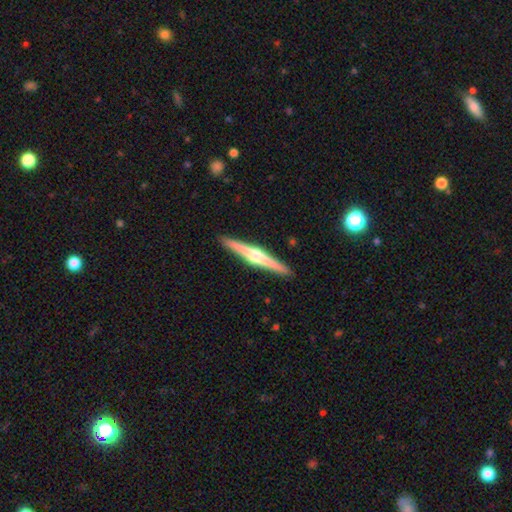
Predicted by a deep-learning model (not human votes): A featured or disk galaxy (74%) viewed edge-on (98%) with a rounded central bulge (92%). Merging: none (92%).